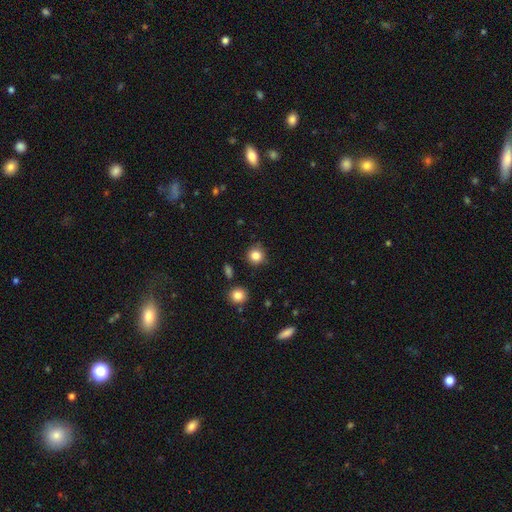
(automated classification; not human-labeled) smooth-or-featured: smooth: 84% | star or artifact: 11% | featured or disk: 5%
  how-rounded: round: 91% | in between: 8% | cigar-shaped: 1%
  merging: none: 86% | minor disturbance: 9% | major disturbance: 2% | merger: 2%